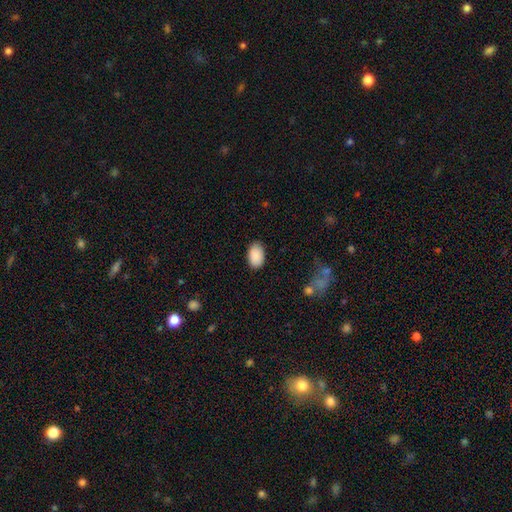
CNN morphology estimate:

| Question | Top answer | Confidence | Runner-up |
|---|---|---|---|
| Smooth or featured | smooth | 90% | star or artifact (7%) |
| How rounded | in between | 92% | round (7%) |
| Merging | none | 85% | minor disturbance (11%) |